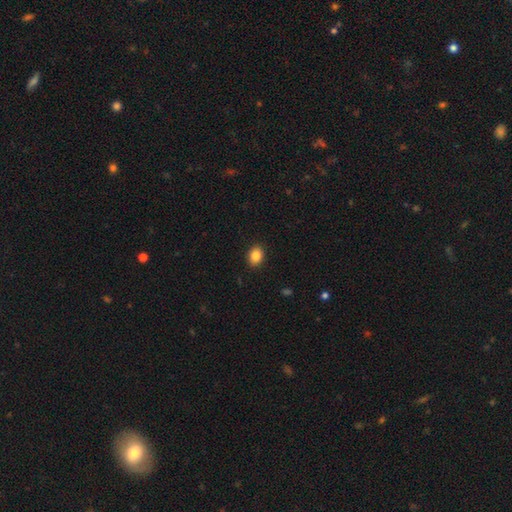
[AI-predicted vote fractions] A smooth galaxy with no disk features (86%) that is in between round and cigar-shaped (57%). Merging: none (90%).